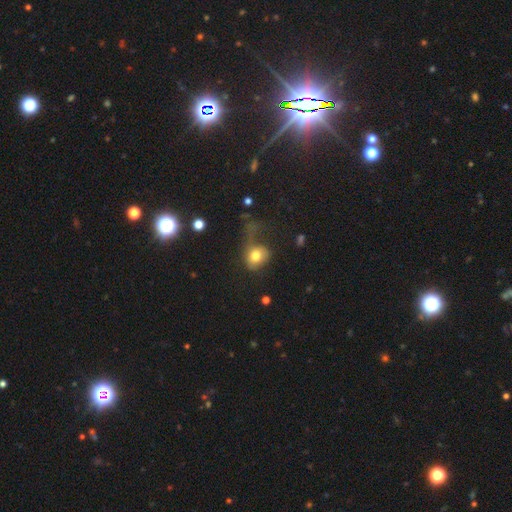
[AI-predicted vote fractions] Morphology: type=smooth (76%); roundness=round (58%); merging=major disturbance (43%).